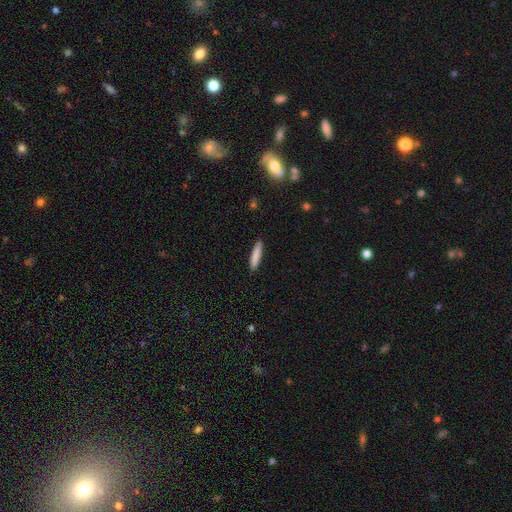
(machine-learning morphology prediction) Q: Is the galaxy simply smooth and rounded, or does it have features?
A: smooth — 84%.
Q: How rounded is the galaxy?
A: cigar-shaped — 88%.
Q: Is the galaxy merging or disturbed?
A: none — 89%.